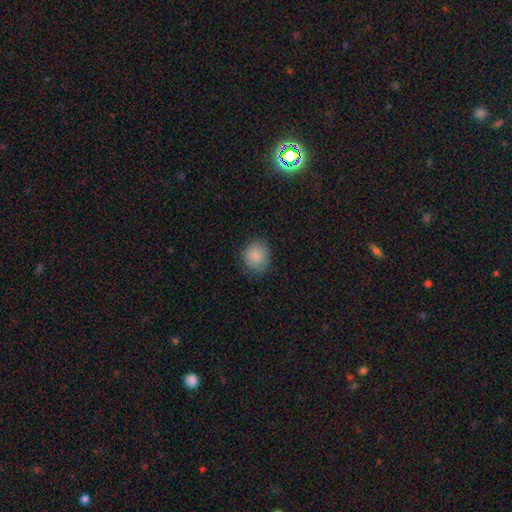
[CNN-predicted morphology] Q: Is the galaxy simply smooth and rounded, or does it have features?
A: smooth — 87%.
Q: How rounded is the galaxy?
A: round — 78%.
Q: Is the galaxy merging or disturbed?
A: none — 78%.